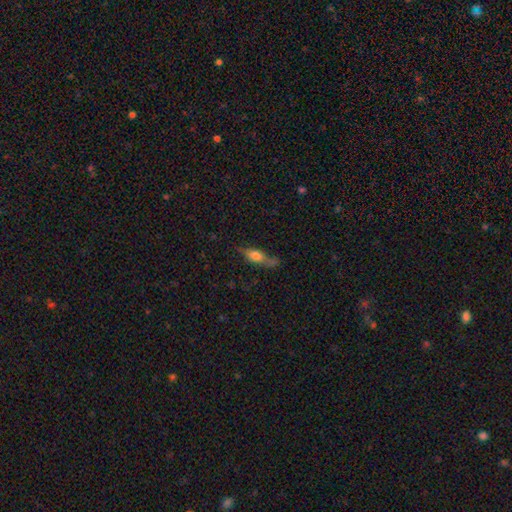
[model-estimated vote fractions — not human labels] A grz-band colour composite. It shows a smooth galaxy with no disk features (60%) that is in between round and cigar-shaped (56%). Merging: none (47%).